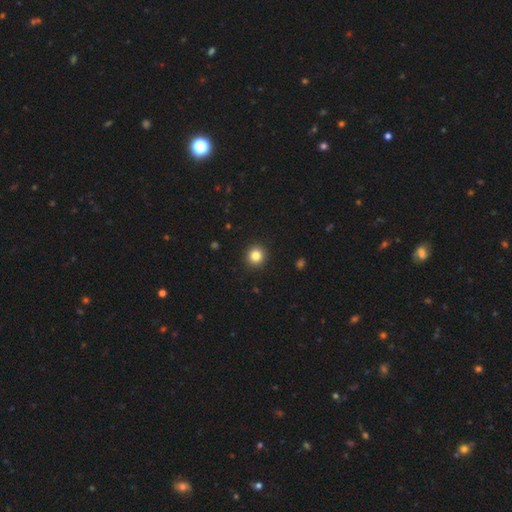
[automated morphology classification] A smooth galaxy with no disk features (83%) that is round (93%).

Vote fractions:
- Smooth or featured? smooth: 83% / star or artifact: 12% / featured or disk: 5%
- How rounded? round: 93% / in between: 6% / cigar-shaped: 1%
- Merging? none: 93% / minor disturbance: 5% / major disturbance: 2% / merger: 1%